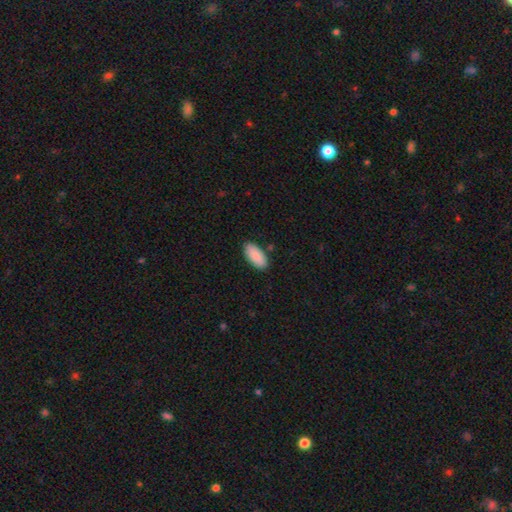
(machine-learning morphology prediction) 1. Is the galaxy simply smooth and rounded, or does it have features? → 88% smooth, 6% star or artifact, 6% featured or disk.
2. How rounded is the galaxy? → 93% in between, 5% cigar-shaped, 2% round.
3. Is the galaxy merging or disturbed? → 86% none, 10% minor disturbance, 2% merger, 2% major disturbance.